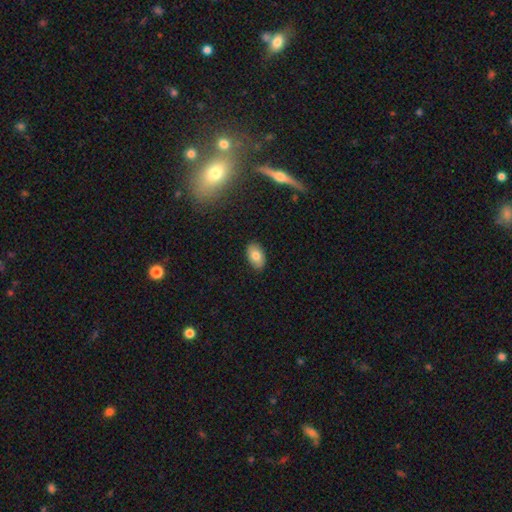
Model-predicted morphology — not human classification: A smooth galaxy with no disk features (79%) that is in between round and cigar-shaped (93%).

Vote fractions:
- Smooth or featured? smooth: 79% / featured or disk: 13% / star or artifact: 8%
- How rounded? in between: 93% / round: 6% / cigar-shaped: 1%
- Merging? none: 88% / minor disturbance: 9% / major disturbance: 2% / merger: 1%